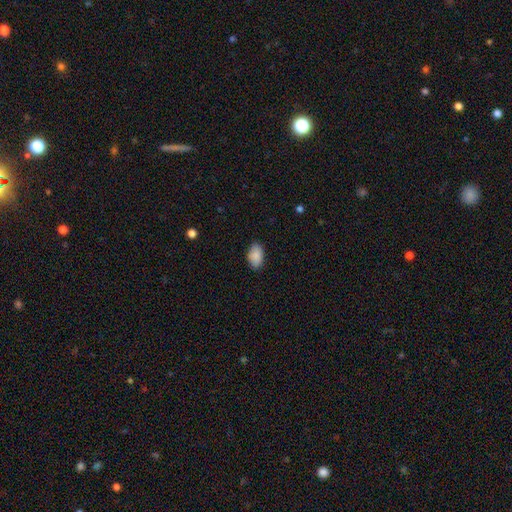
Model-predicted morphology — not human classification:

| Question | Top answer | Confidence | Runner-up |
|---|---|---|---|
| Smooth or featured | smooth | 89% | star or artifact (7%) |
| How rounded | in between | 93% | round (6%) |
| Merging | none | 86% | minor disturbance (11%) |